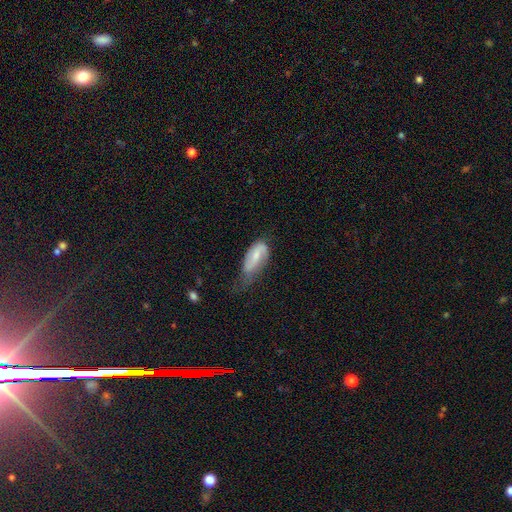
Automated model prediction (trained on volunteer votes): Smooth or featured? featured or disk (47%)
Merging? minor disturbance (42%)